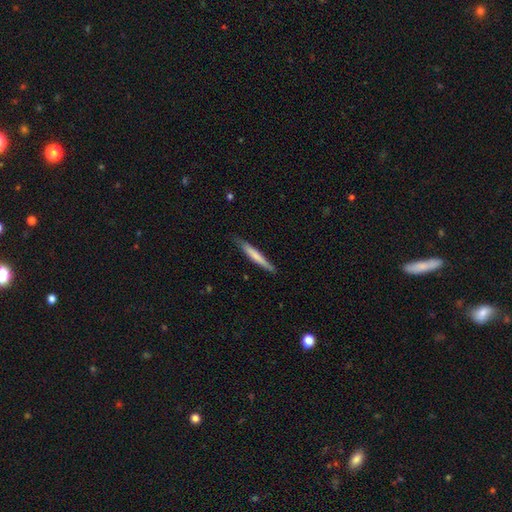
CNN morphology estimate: Smooth or featured? Predicted: smooth (p=0.65). How rounded? Predicted: cigar-shaped (p=0.95). Merging? Predicted: none (p=0.82).